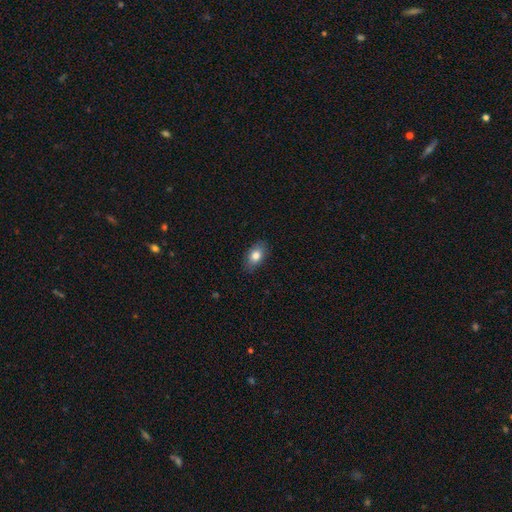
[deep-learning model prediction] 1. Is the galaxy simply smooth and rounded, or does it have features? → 80% smooth, 12% featured or disk, 8% star or artifact.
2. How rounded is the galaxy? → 87% in between, 10% round, 2% cigar-shaped.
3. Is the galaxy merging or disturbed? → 85% none, 12% minor disturbance, 2% major disturbance, 1% merger.